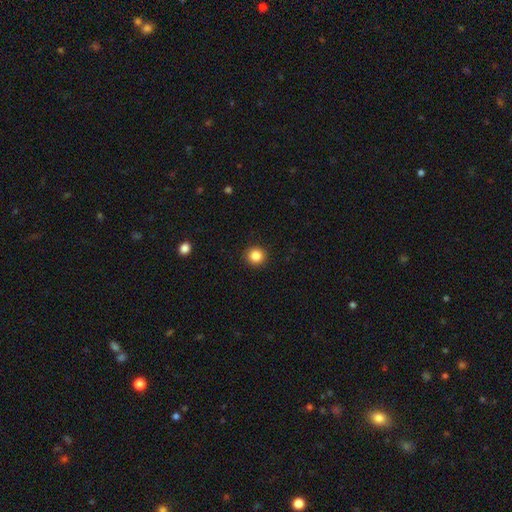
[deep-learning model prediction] smooth_or_featured: smooth (p=0.85) [alt: star or artifact p=0.11]
how_rounded: round (p=0.93) [alt: in between p=0.06]
merging: none (p=0.92) [alt: minor disturbance p=0.05]